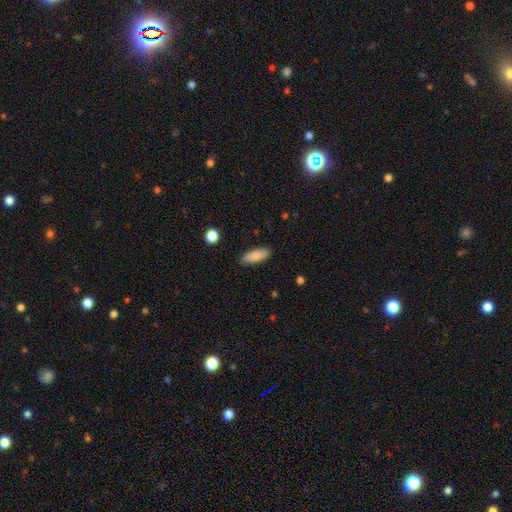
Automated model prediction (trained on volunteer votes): The model was most divided on "how rounded": in between: 73%, cigar-shaped: 25%, round: 2%. More confident: smooth or featured — smooth (84%); merging — none (84%).